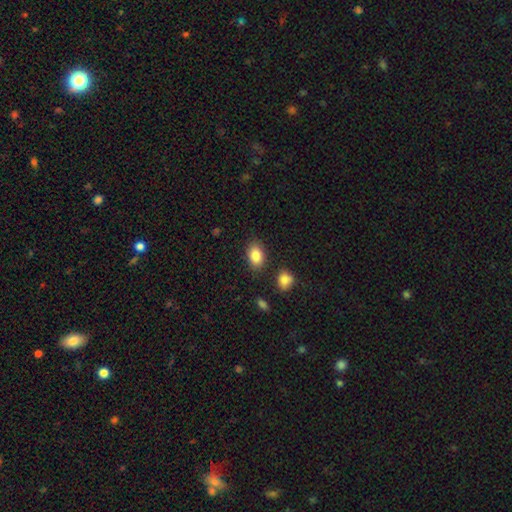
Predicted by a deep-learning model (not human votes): The model was most divided on "how rounded": in between: 84%, round: 15%, cigar-shaped: 1%. More confident: smooth or featured — smooth (86%); merging — none (82%).